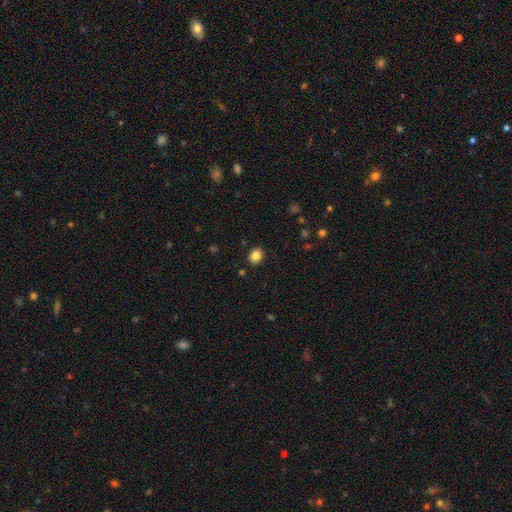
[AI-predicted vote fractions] smooth 84%, star or artifact 11%, featured or disk 5%. Down the decision tree: how rounded — round (63%); merging — none (89%).